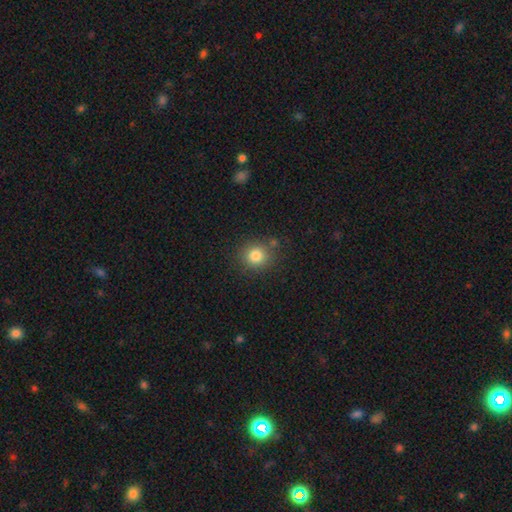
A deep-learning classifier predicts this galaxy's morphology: smooth 82%, star or artifact 11%, featured or disk 6%. Down the decision tree: how rounded — round (86%); merging — none (81%).